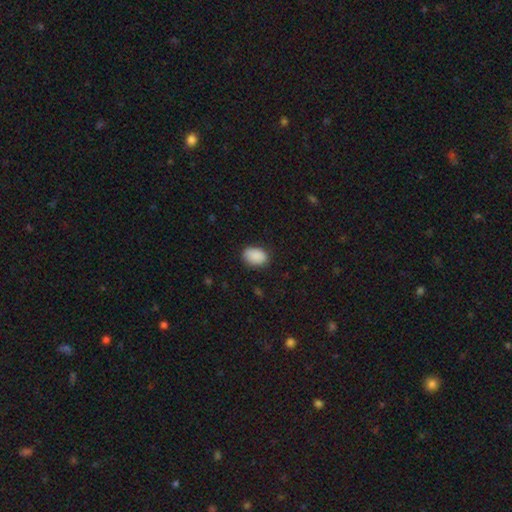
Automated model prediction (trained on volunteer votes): This is clearly a smooth galaxy (90%). How rounded: clearly in between (83%). Merging: clearly none (84%).